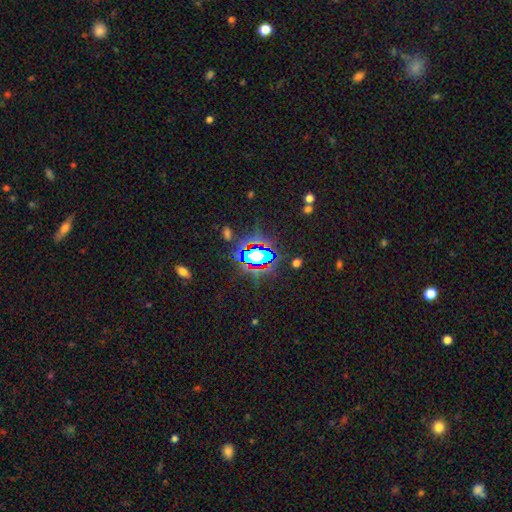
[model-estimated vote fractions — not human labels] A star or artifact, not a galaxy (60%).

Vote fractions:
- Smooth or featured? star or artifact: 60% / smooth: 28% / featured or disk: 13%